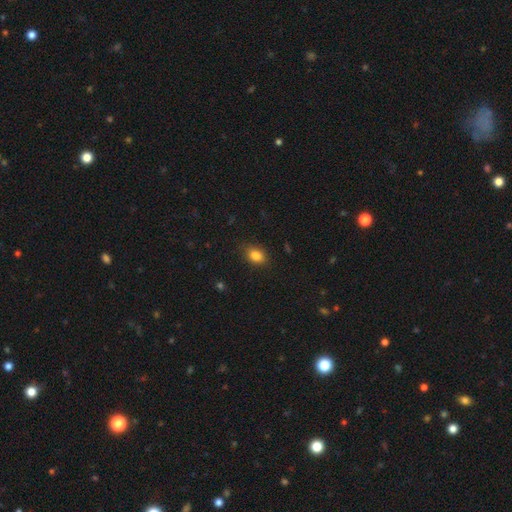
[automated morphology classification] A smooth galaxy with no disk features (86%) that is in between round and cigar-shaped (72%).

Vote fractions:
- Smooth or featured? smooth: 86% / star or artifact: 10% / featured or disk: 5%
- How rounded? in between: 72% / round: 26% / cigar-shaped: 1%
- Merging? none: 82% / minor disturbance: 14% / major disturbance: 3% / merger: 1%